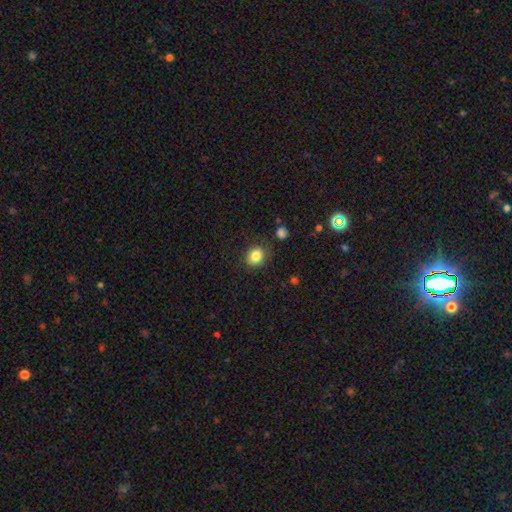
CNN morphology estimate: Smooth or featured?
  - smooth: 84% *
  - star or artifact: 10%
  - featured or disk: 6%
How rounded?
  - round: 71% *
  - in between: 28%
  - cigar-shaped: 1%
Merging?
  - none: 82% *
  - minor disturbance: 12%
  - major disturbance: 4%
  - merger: 2%